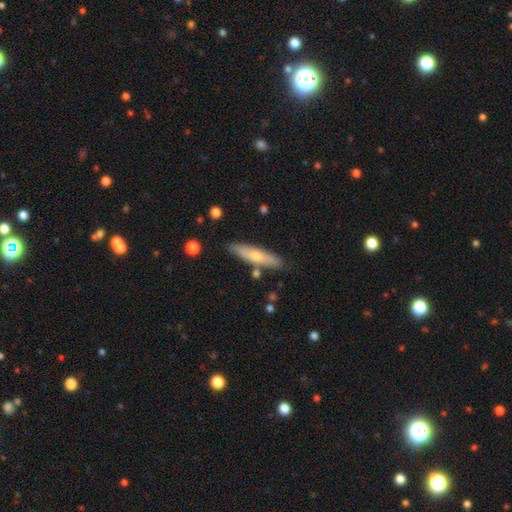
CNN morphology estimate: Smooth or featured: smooth — 54% (featured or disk — 39%)
How rounded: cigar-shaped — 81% (in between — 17%)
Merging: none — 83% (minor disturbance — 11%)